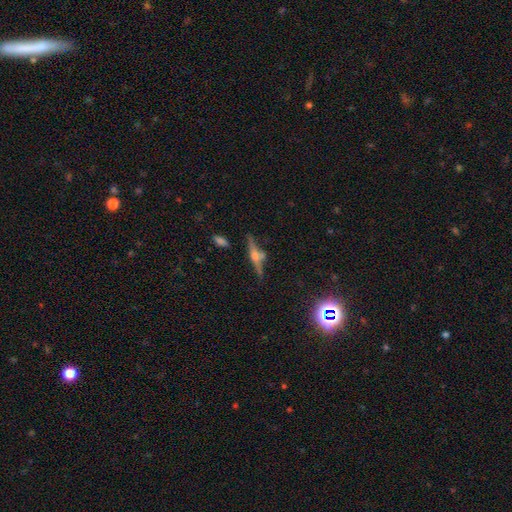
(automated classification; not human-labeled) smooth-or-featured: featured or disk: 71% | smooth: 18% | star or artifact: 11%
  disk-edge-on: yes: 95% | no: 5%
    edge-on-bulge: rounded: 86% | boxy: 10% | none: 4%
  merging: none: 73% | minor disturbance: 14% | merger: 8% | major disturbance: 5%